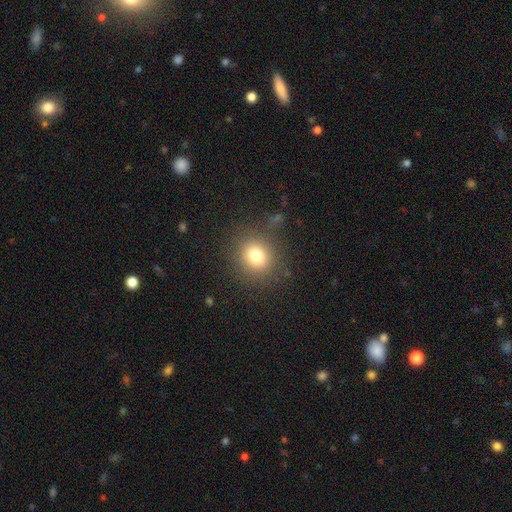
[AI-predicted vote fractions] This appears to be a smooth galaxy with no disk features (77%) that is round (80%). Merging: none (83%).